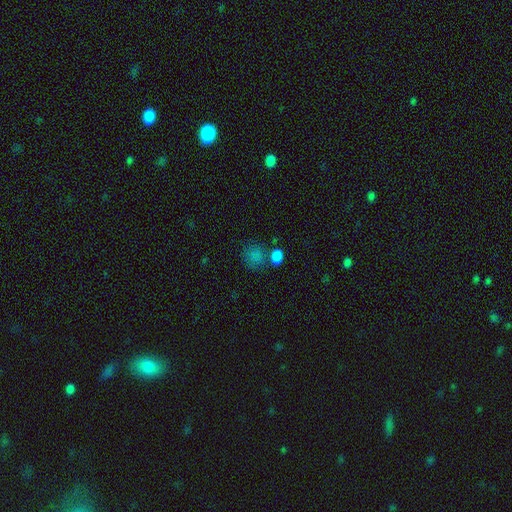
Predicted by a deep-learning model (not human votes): Smooth or featured: smooth — 79% (star or artifact — 14%)
How rounded: round — 67% (in between — 32%)
Merging: none — 57% (merger — 17%)